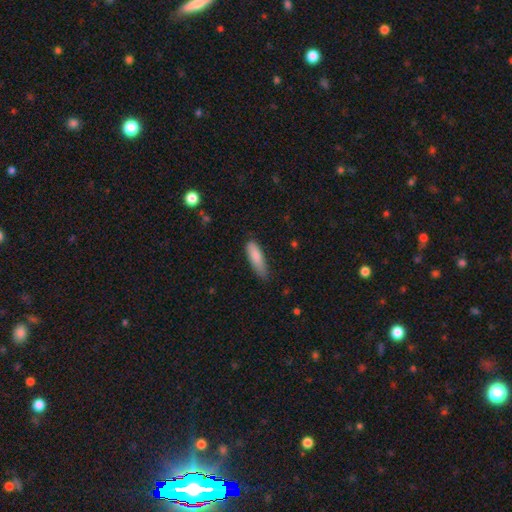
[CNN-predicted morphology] Q: Smooth or featured?
A: smooth (84%); runner-up: featured or disk (10%)
Q: How rounded?
A: cigar-shaped (54%); runner-up: in between (45%)
Q: Merging?
A: none (66%); runner-up: minor disturbance (28%)